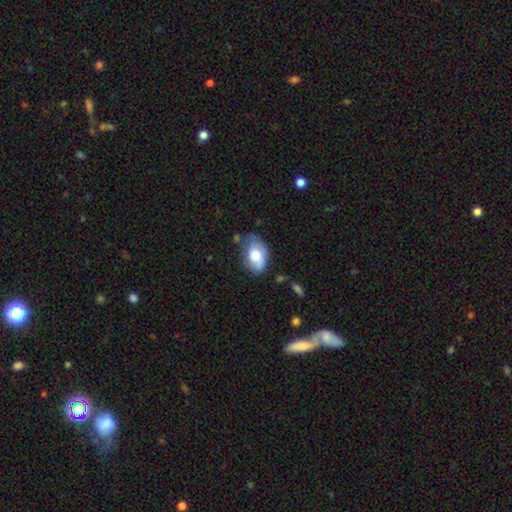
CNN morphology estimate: This is likely a smooth galaxy (72%). How rounded: clearly in between (88%). Merging: possibly none (55%).